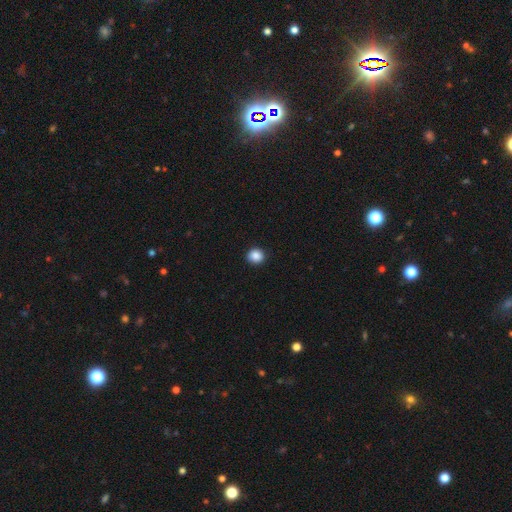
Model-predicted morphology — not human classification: A smooth galaxy with no disk features (88%) that is round (88%).

Vote fractions:
- Smooth or featured? smooth: 88% / star or artifact: 9% / featured or disk: 3%
- How rounded? round: 88% / in between: 11% / cigar-shaped: 1%
- Merging? none: 91% / minor disturbance: 6% / major disturbance: 2% / merger: 1%